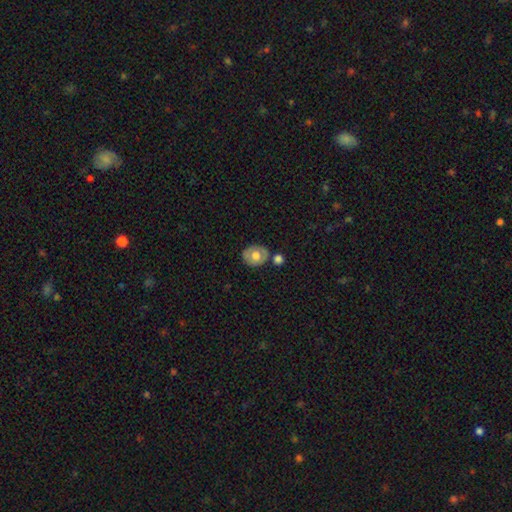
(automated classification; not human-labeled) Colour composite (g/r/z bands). It shows a smooth galaxy with no disk features (60%) that is round (58%). Merging: none (69%).